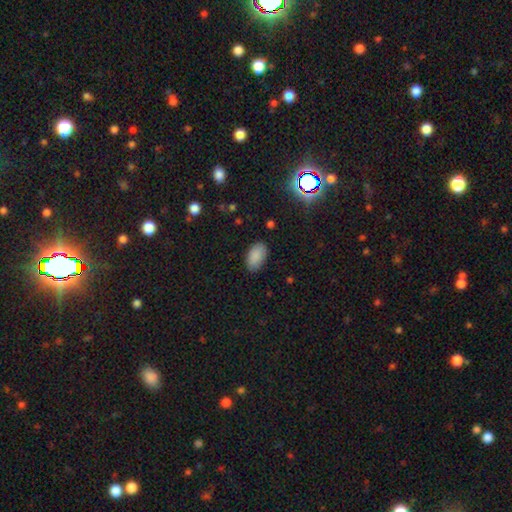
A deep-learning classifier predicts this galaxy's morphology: Overall: smooth (88%). How rounded: in between (94%). Merging: none (85%).